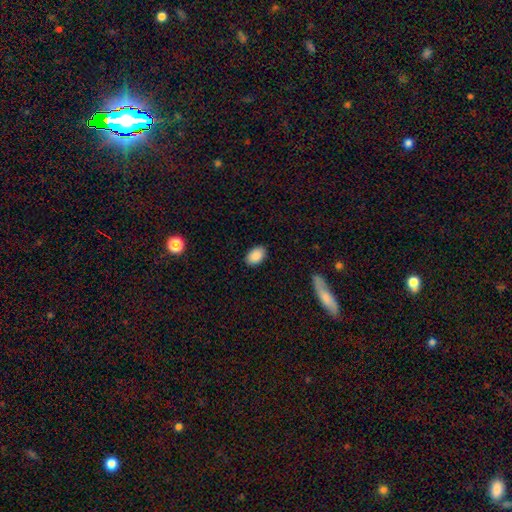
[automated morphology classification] Smooth or featured? Predicted: smooth (p=0.89). How rounded? Predicted: in between (p=0.91). Merging? Predicted: none (p=0.88).